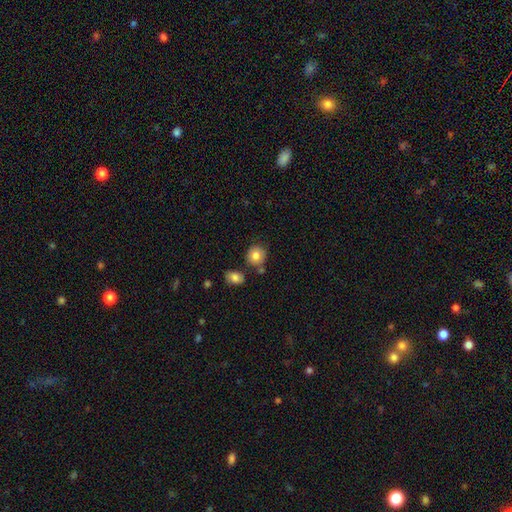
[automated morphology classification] Smooth or featured? smooth (81%)
How rounded? round (81%)
Merging? none (74%)